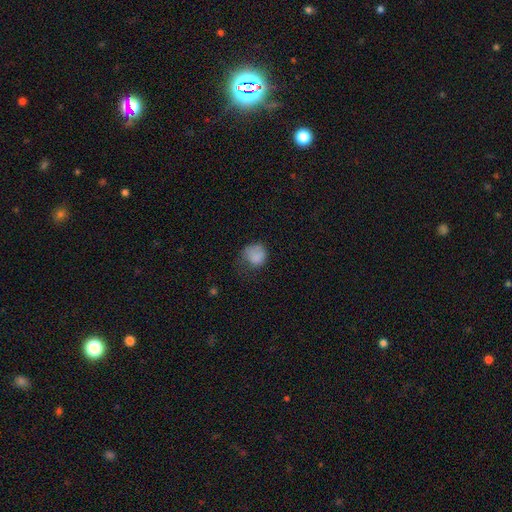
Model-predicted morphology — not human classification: Smooth or featured? smooth (82%)
How rounded? round (76%)
Merging? none (41%)